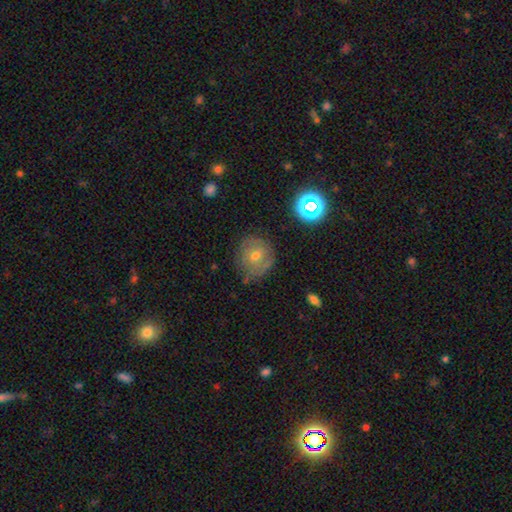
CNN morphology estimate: smooth_or_featured: smooth (p=0.49) [alt: featured or disk p=0.37]
merging: none (p=0.68) [alt: minor disturbance p=0.22]